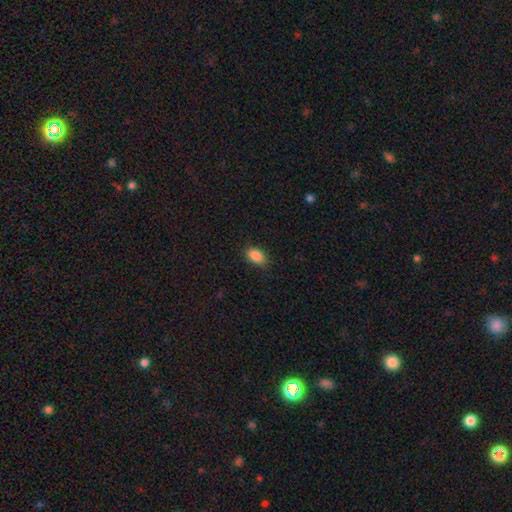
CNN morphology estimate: Overall: smooth (88%). How rounded: in between (89%). Merging: none (85%).